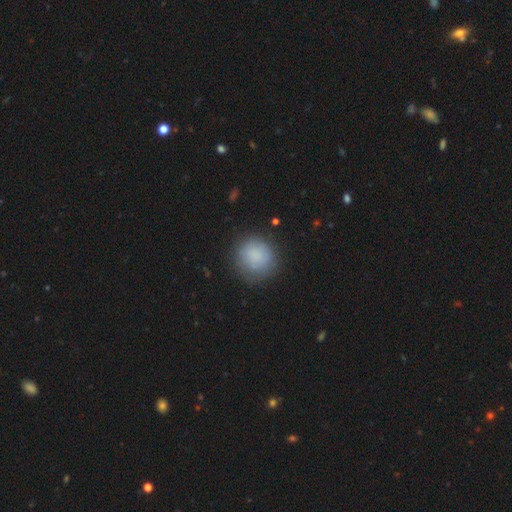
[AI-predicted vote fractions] Smooth or featured? smooth (84%)
How rounded? round (89%)
Merging? none (78%)